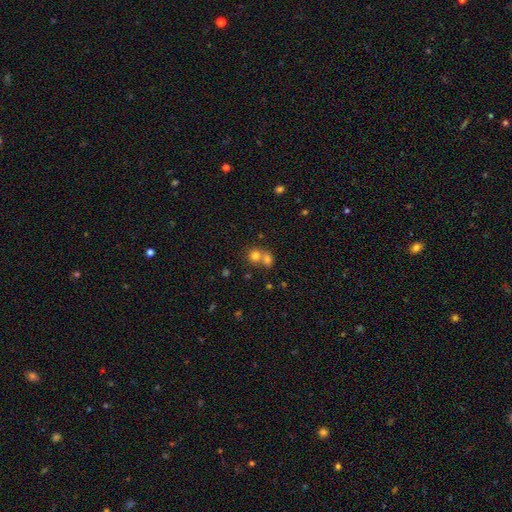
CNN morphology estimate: Smooth or featured? Predicted: smooth (p=0.75). How rounded? Predicted: round (p=0.78). Merging? Predicted: merger (p=0.57).